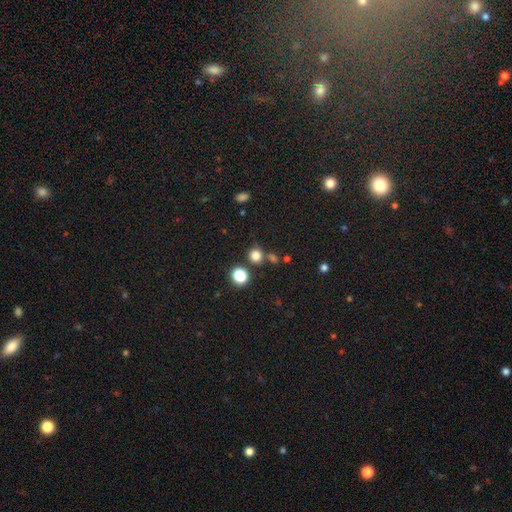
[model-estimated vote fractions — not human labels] This is likely a smooth galaxy (78%). How rounded: clearly round (85%). Merging: likely none (72%).